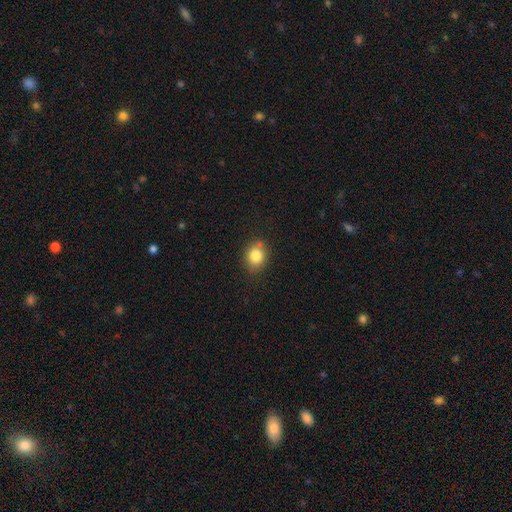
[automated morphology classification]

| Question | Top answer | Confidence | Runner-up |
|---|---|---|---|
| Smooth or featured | smooth | 82% | star or artifact (10%) |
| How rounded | round | 60% | in between (39%) |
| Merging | none | 78% | minor disturbance (15%) |